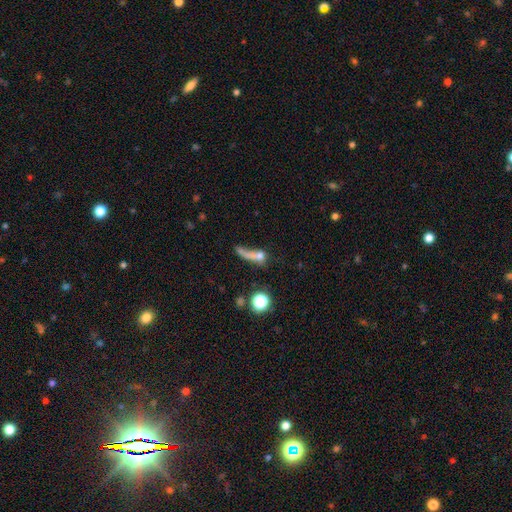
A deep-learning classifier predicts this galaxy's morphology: Smooth or featured: smooth — 54% (featured or disk — 28%)
How rounded: cigar-shaped — 36% (round — 35%)
Merging: merger — 31% (major disturbance — 28%)